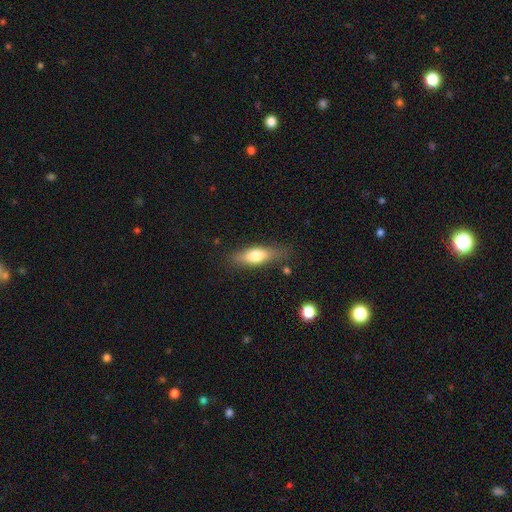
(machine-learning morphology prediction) Smooth or featured?
  - smooth: 67% *
  - featured or disk: 26%
  - star or artifact: 7%
How rounded?
  - in between: 58% *
  - cigar-shaped: 39%
  - round: 3%
Merging?
  - none: 75% *
  - minor disturbance: 18%
  - major disturbance: 5%
  - merger: 3%